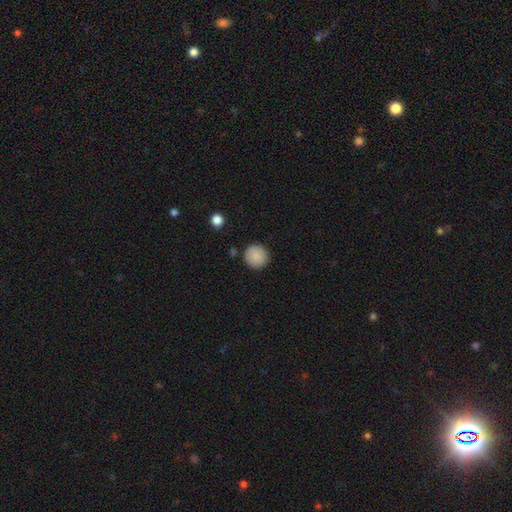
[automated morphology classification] smooth_or_featured: smooth (p=0.87) [alt: star or artifact p=0.07]
how_rounded: round (p=0.95) [alt: in between p=0.04]
merging: none (p=0.90) [alt: minor disturbance p=0.07]